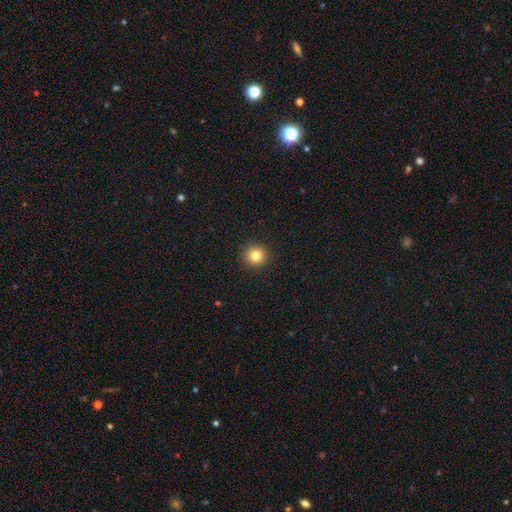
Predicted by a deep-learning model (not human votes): This appears to be a smooth galaxy with no disk features (82%) that is round (94%). Merging: none (93%).